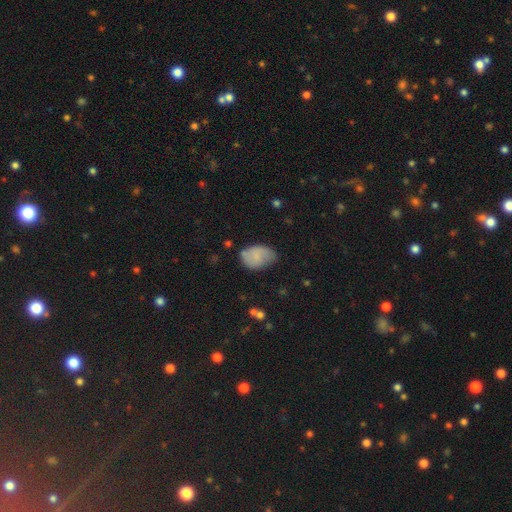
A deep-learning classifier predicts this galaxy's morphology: A smooth galaxy with no disk features (76%) that is in between round and cigar-shaped (86%). Merging: none (53%).